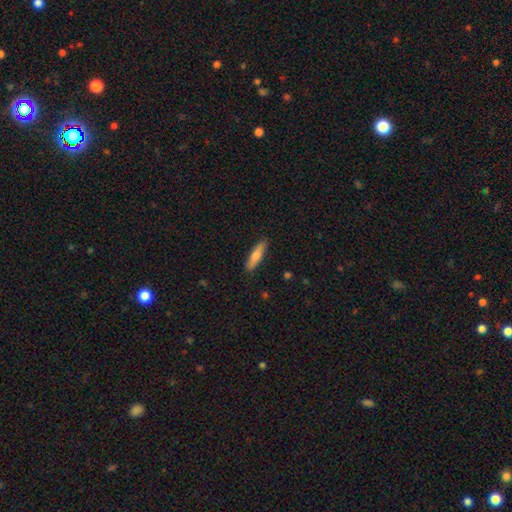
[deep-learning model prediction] Smooth or featured: smooth — 66% (featured or disk — 28%)
How rounded: cigar-shaped — 78% (in between — 20%)
Merging: none — 88% (minor disturbance — 9%)